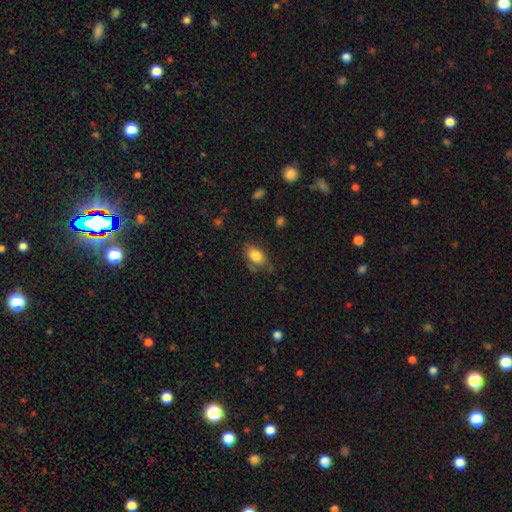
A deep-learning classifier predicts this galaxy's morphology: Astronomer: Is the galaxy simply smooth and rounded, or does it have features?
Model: smooth — 82%.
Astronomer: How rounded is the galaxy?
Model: in between — 84%.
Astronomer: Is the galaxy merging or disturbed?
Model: none — 66%.